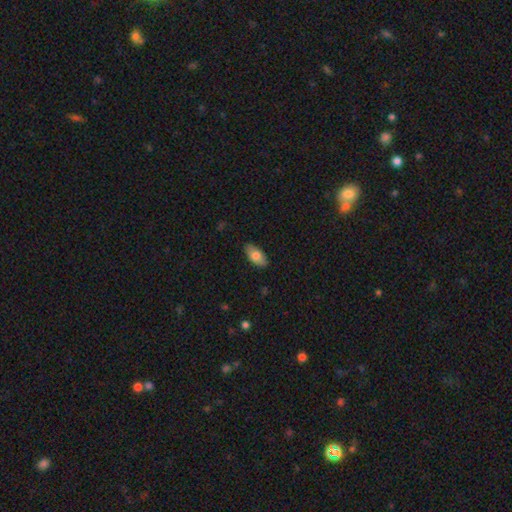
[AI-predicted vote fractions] This appears to be a smooth galaxy with no disk features (78%) that is in between round and cigar-shaped (92%). Merging: none (86%).